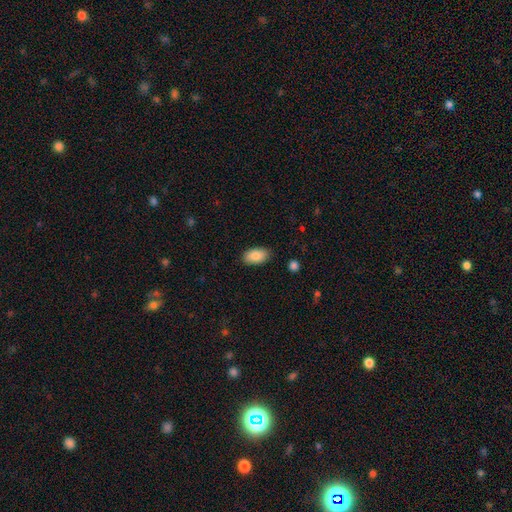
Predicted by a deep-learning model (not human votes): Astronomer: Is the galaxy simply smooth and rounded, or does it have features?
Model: smooth — 87%.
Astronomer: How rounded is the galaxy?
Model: in between — 94%.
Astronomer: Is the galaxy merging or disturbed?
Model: none — 86%.